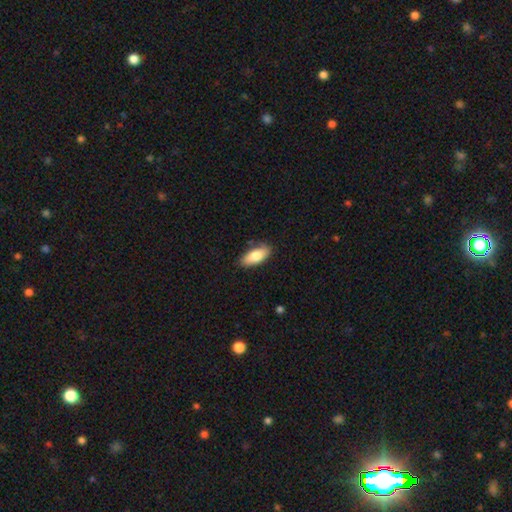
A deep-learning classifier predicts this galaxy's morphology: A smooth galaxy with no disk features (79%) that is in between round and cigar-shaped (83%).

Vote fractions:
- Smooth or featured? smooth: 79% / featured or disk: 15% / star or artifact: 6%
- How rounded? in between: 83% / cigar-shaped: 14% / round: 3%
- Merging? none: 79% / minor disturbance: 16% / major disturbance: 3% / merger: 2%